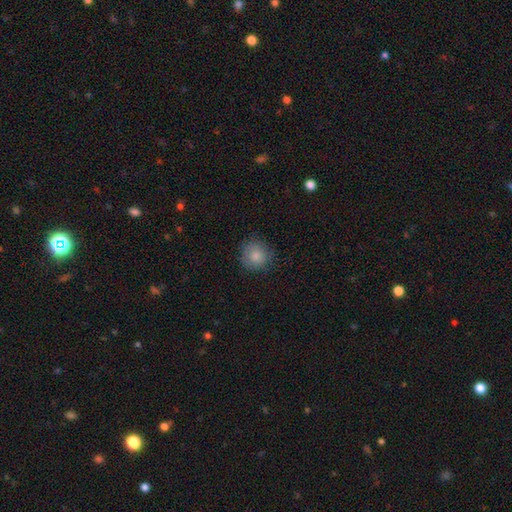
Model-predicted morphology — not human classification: smooth_or_featured: smooth (p=0.84) [alt: star or artifact p=0.08]
how_rounded: round (p=0.92) [alt: in between p=0.07]
merging: none (p=0.82) [alt: minor disturbance p=0.13]